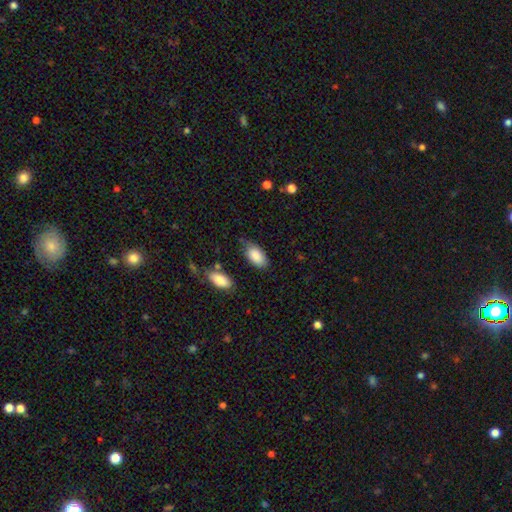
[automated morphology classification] smooth_or_featured: smooth (p=0.87) [alt: featured or disk p=0.07]
how_rounded: in between (p=0.94) [alt: cigar-shaped p=0.03]
merging: none (p=0.65) [alt: minor disturbance p=0.25]